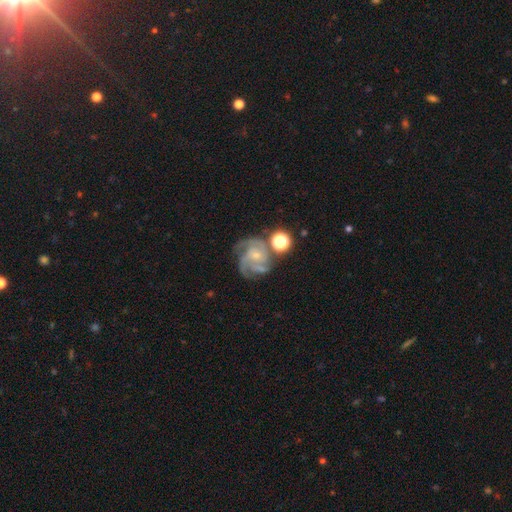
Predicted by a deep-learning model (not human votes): Q: Smooth or featured?
A: featured or disk (83%); runner-up: star or artifact (9%)
Q: Edge-on disk?
A: no (98%); runner-up: yes (2%)
Q: Bar?
A: no (68%); runner-up: weak (26%)
Q: Spiral arms?
A: yes (96%); runner-up: no (4%)
Q: Spiral winding?
A: tight (48%); runner-up: medium (43%)
Q: Spiral arm count?
A: 3 (42%); runner-up: 4 (27%)
Q: Bulge size?
A: small (69%); runner-up: moderate (24%)
Q: Merging?
A: none (60%); runner-up: minor disturbance (18%)